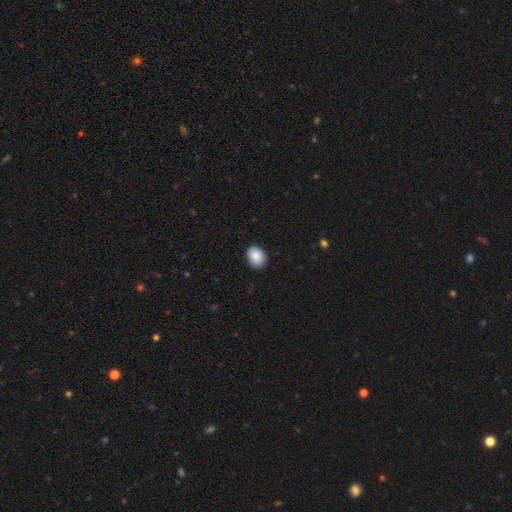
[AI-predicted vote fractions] Smooth or featured? smooth (88%)
How rounded? in between (65%)
Merging? none (87%)